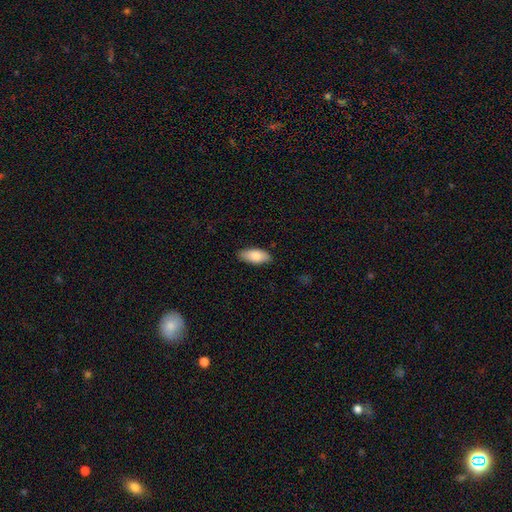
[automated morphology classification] smooth-or-featured: smooth: 84% | featured or disk: 11% | star or artifact: 6%
  how-rounded: in between: 87% | cigar-shaped: 11% | round: 2%
  merging: none: 87% | minor disturbance: 10% | major disturbance: 2% | merger: 1%